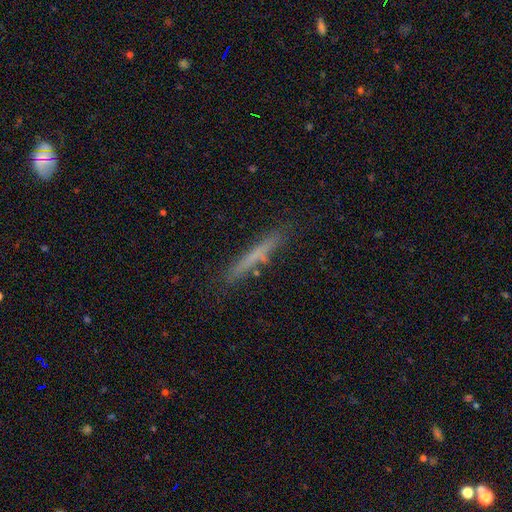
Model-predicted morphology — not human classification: type=smooth (59%); roundness=cigar-shaped (96%); merging=none (84%).